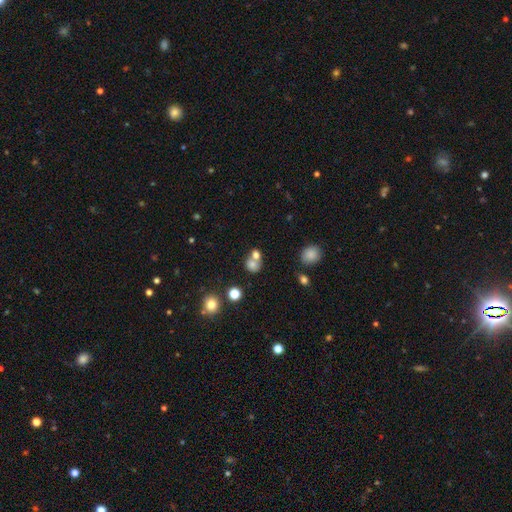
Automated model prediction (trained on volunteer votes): The model was most divided on "merging": merger: 54%, none: 34%, minor disturbance: 8%, major disturbance: 4%. More confident: smooth or featured — smooth (73%); how rounded — round (69%).